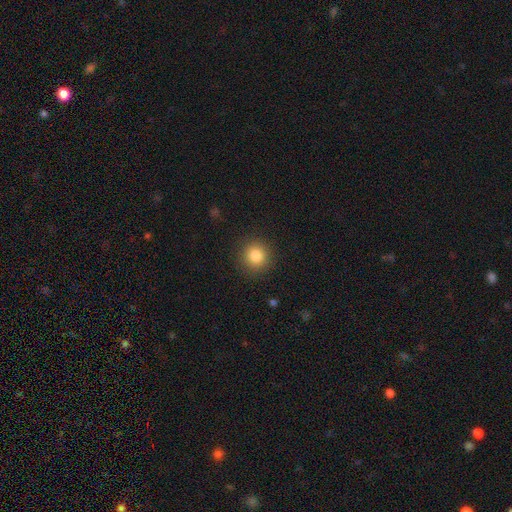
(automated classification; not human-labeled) Smooth or featured? Predicted: smooth (p=0.84). How rounded? Predicted: round (p=0.92). Merging? Predicted: none (p=0.90).